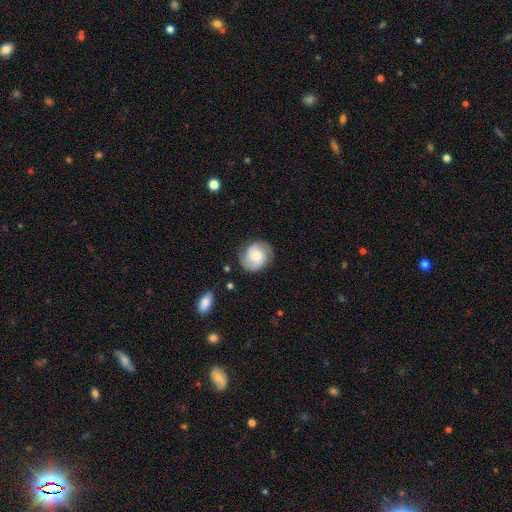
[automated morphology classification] A featured or disk galaxy (55%) with no bar (61%), spiral arms (89%) and a moderate central bulge (51%).

Vote fractions:
- Smooth or featured? featured or disk: 55% / smooth: 38% / star or artifact: 7%
- Edge-on disk? no: 97% / yes: 3%
- Bar? no: 61% / weak: 32% / strong: 7%
- Spiral arms? yes: 89% / no: 11%
- Bulge size? moderate: 51% / small: 38% / large: 6% / none: 2% / dominant: 2%
- Merging? none: 80% / minor disturbance: 14% / major disturbance: 4% / merger: 2%